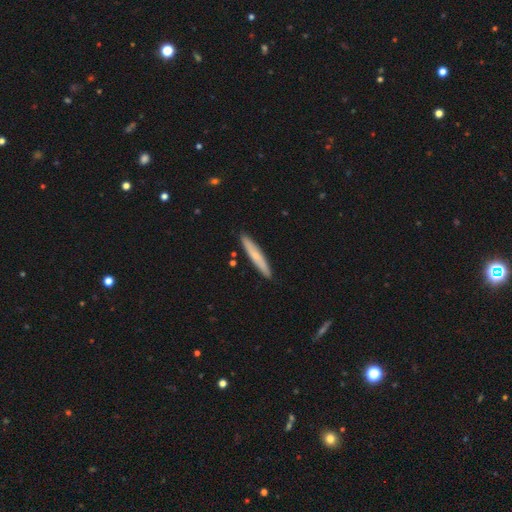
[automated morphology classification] Smooth or featured? Predicted: smooth (p=0.62). How rounded? Predicted: cigar-shaped (p=0.94). Merging? Predicted: none (p=0.90).